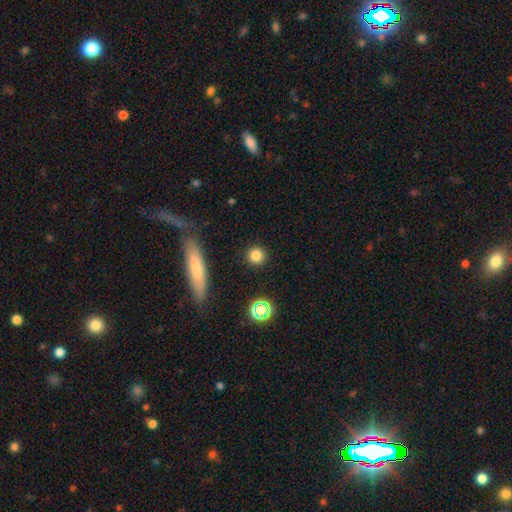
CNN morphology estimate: smooth_or_featured: smooth (p=0.81) [alt: star or artifact p=0.13]
how_rounded: round (p=0.92) [alt: in between p=0.06]
merging: none (p=0.90) [alt: minor disturbance p=0.06]